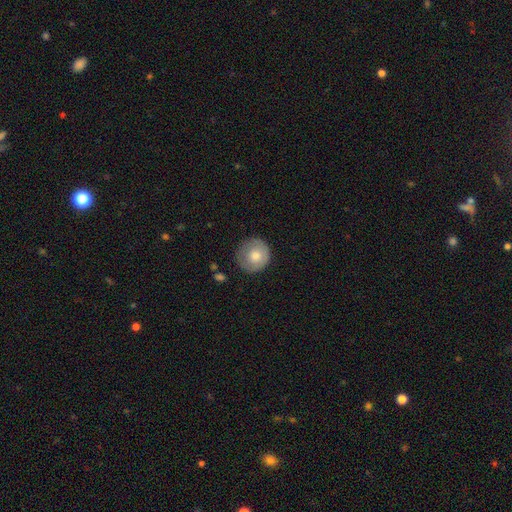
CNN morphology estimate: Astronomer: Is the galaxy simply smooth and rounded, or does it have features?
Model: smooth — 68%.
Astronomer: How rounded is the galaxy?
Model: round — 93%.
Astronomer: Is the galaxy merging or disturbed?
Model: none — 81%.